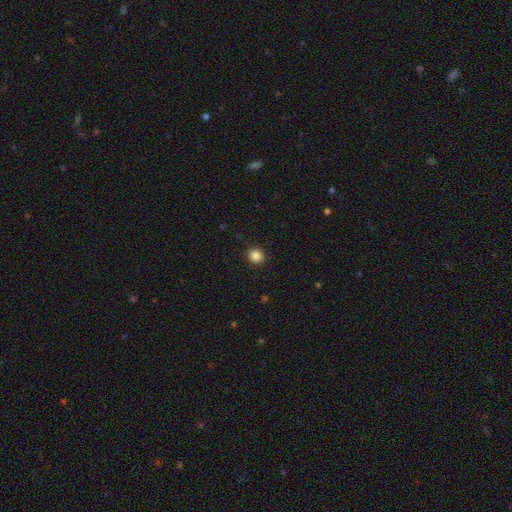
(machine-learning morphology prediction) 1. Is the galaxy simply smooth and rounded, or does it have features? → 86% smooth, 11% star or artifact, 3% featured or disk.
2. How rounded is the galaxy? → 88% round, 11% in between, 1% cigar-shaped.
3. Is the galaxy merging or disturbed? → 92% none, 6% minor disturbance, 2% major disturbance, 1% merger.